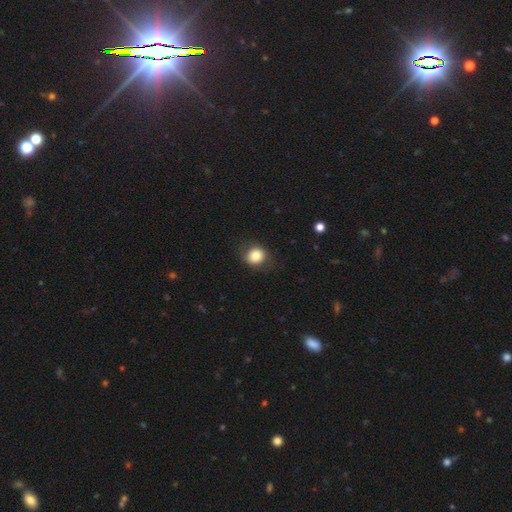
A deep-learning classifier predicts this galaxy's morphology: Smooth or featured?
  - smooth: 82% *
  - star or artifact: 10%
  - featured or disk: 8%
How rounded?
  - round: 77% *
  - in between: 22%
  - cigar-shaped: 1%
Merging?
  - none: 80% *
  - minor disturbance: 14%
  - major disturbance: 5%
  - merger: 1%